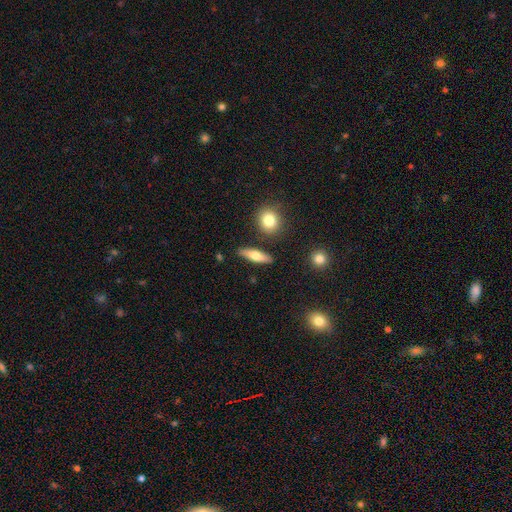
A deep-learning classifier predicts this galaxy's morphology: Smooth or featured? Predicted: smooth (p=0.62). How rounded? Predicted: cigar-shaped (p=0.53). Merging? Predicted: none (p=0.85).